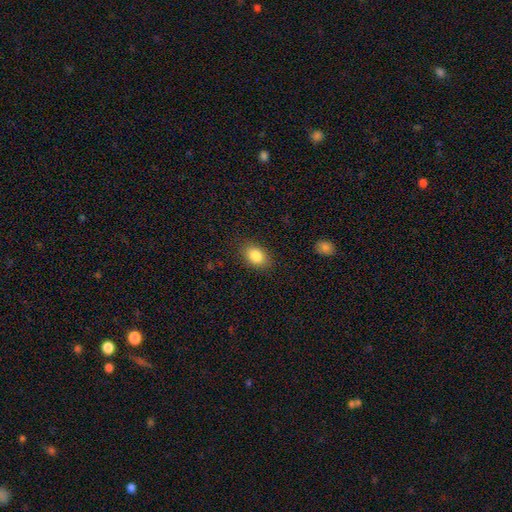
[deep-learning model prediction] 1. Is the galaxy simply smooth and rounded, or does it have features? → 85% smooth, 8% star or artifact, 7% featured or disk.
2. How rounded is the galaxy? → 81% in between, 18% round, 1% cigar-shaped.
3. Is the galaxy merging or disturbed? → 86% none, 10% minor disturbance, 3% major disturbance, 1% merger.